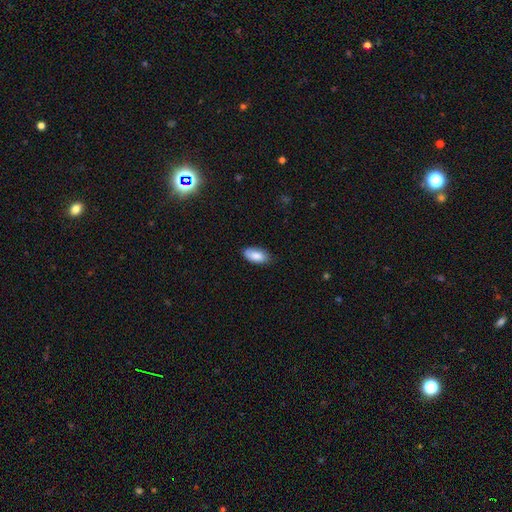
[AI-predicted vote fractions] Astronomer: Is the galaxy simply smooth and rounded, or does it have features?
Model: smooth — 84%.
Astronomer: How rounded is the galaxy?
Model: in between — 93%.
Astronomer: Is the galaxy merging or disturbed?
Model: none — 77%.